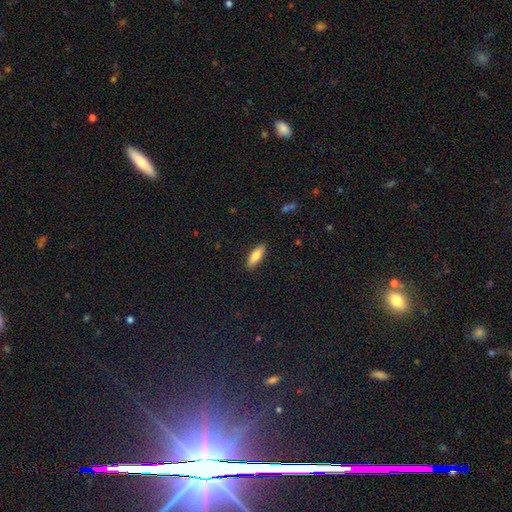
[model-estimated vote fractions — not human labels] A smooth galaxy with no disk features (78%) that is in between round and cigar-shaped (64%). Merging: none (88%).